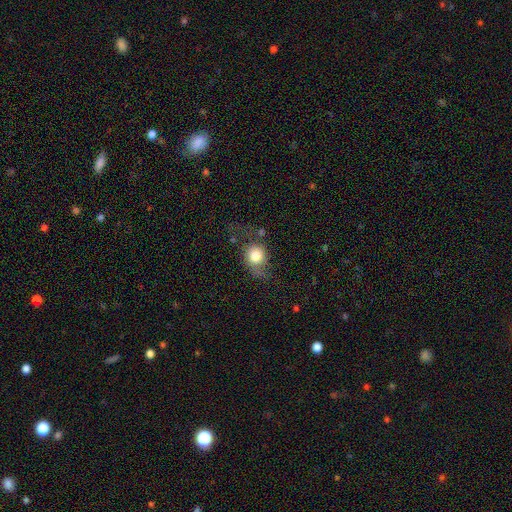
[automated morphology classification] A smooth galaxy with no disk features (74%) that is round (69%). Merging: none (43%).